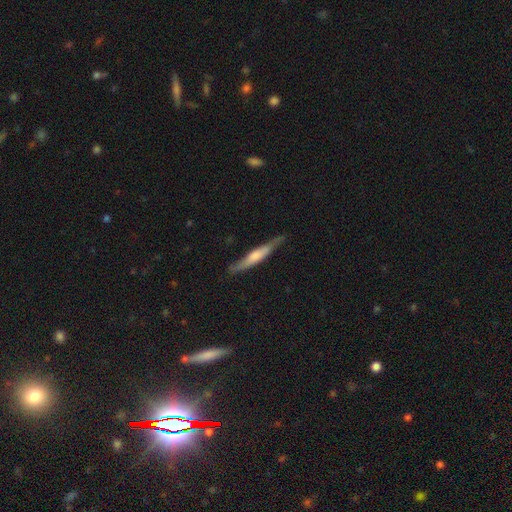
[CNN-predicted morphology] A featured or disk galaxy (50%) viewed edge-on (92%). Merging: none (79%).